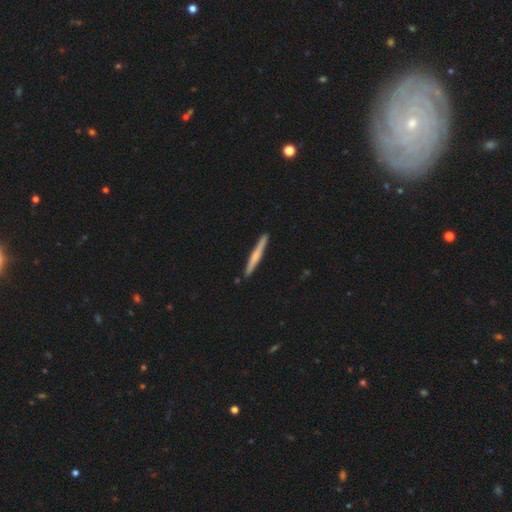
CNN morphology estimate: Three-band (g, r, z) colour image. It shows a smooth galaxy with no disk features (51%) that is cigar-shaped (96%). Merging: none (91%).